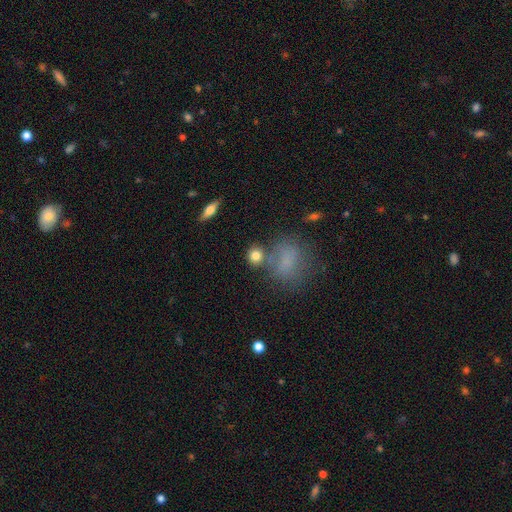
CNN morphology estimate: smooth_or_featured: smooth (p=0.81) [alt: star or artifact p=0.11]
how_rounded: round (p=0.80) [alt: in between p=0.19]
merging: none (p=0.66) [alt: merger p=0.17]